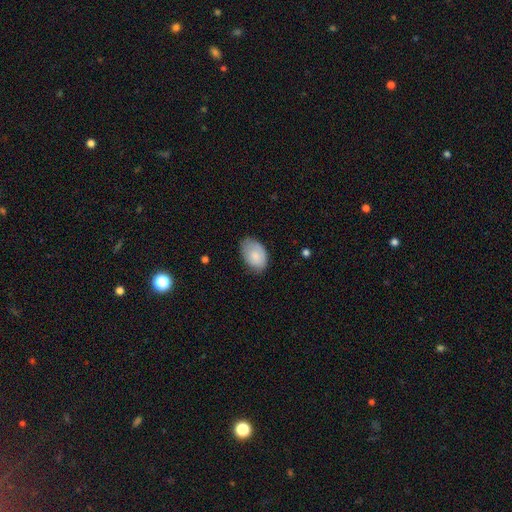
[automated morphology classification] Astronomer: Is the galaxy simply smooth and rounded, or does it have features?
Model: smooth — 81%.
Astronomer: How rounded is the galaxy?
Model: in between — 88%.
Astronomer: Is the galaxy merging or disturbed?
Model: none — 64%.